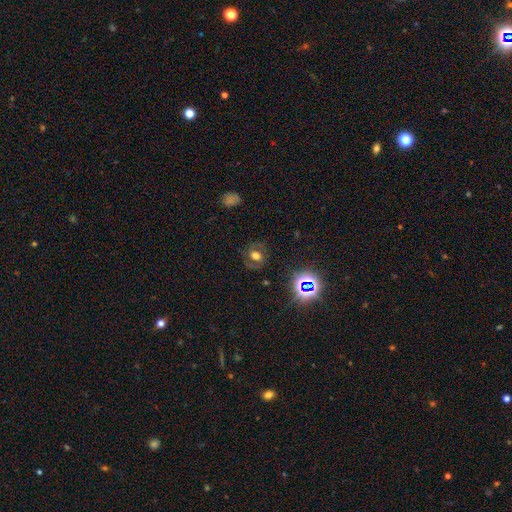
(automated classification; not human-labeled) featured or disk 43%, smooth 35%, star or artifact 22%. Down the decision tree: merging — none (77%).